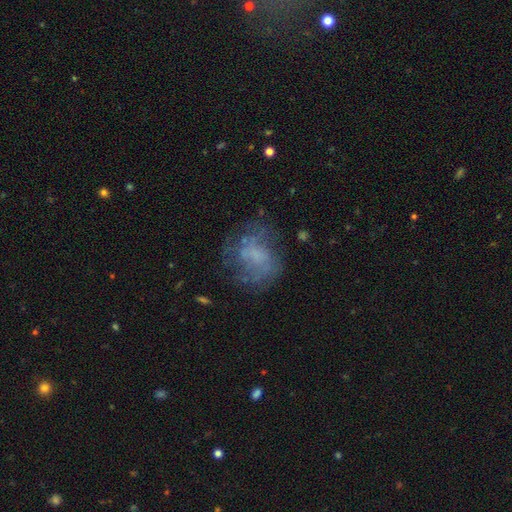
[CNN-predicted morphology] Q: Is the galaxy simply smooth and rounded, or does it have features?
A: featured or disk — 51%.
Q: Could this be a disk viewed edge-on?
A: no — 98%.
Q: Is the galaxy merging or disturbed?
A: none — 59%.